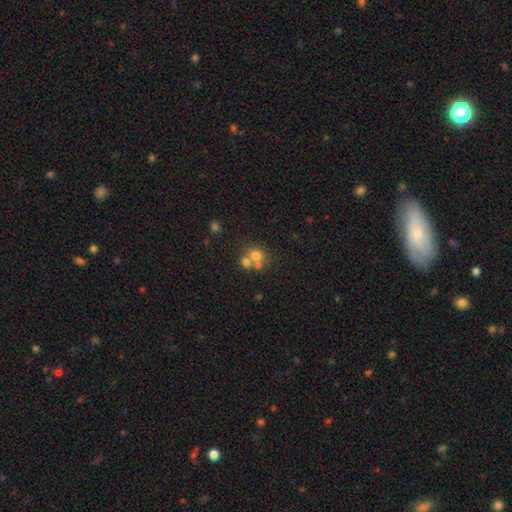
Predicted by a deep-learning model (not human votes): The model was most divided on "merging": merger: 49%, none: 40%, minor disturbance: 7%, major disturbance: 4%. More confident: how rounded — round (79%); smooth or featured — smooth (65%).